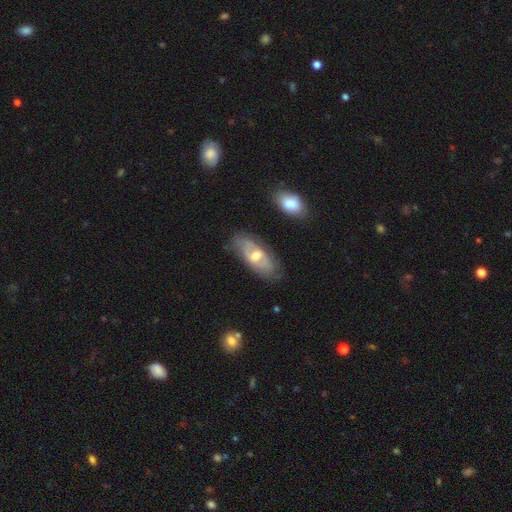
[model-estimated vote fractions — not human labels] smooth-or-featured: featured or disk: 61% | smooth: 33% | star or artifact: 6%
  disk-edge-on: no: 85% | yes: 15%
    bar: weak: 44% | no: 40% | strong: 16%
    has-spiral-arms: yes: 53% | no: 47%
    bulge-size: moderate: 68% | small: 22% | large: 7% | none: 2% | dominant: 1%
  merging: none: 74% | minor disturbance: 19% | major disturbance: 5% | merger: 3%